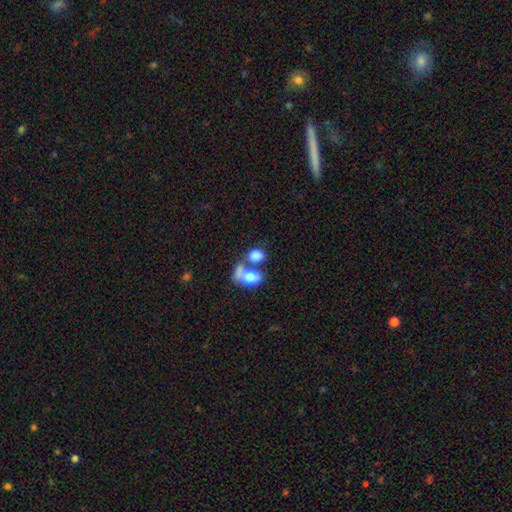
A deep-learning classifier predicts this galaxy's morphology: smooth-or-featured: smooth: 77% | featured or disk: 14% | star or artifact: 8%
  how-rounded: in between: 81% | round: 18% | cigar-shaped: 2%
  merging: merger: 58% | none: 23% | major disturbance: 10% | minor disturbance: 9%